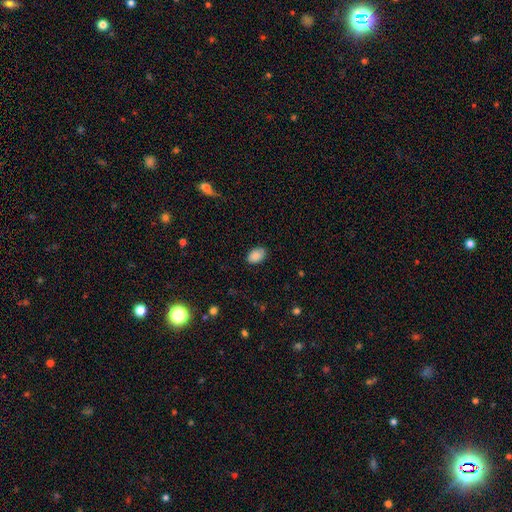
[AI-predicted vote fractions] Smooth or featured? smooth (88%)
How rounded? in between (86%)
Merging? none (84%)